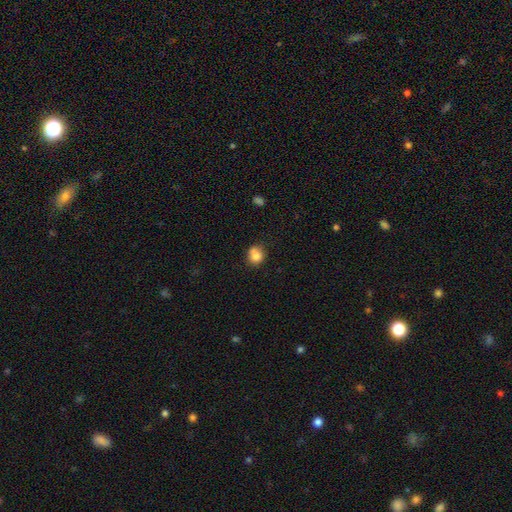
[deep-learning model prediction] smooth 79%, featured or disk 11%, star or artifact 10%. Down the decision tree: how rounded — round (75%); merging — none (53%).